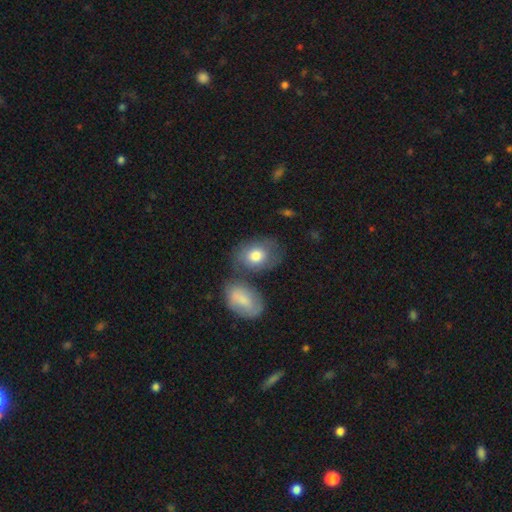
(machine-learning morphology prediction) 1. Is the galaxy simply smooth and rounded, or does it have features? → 73% smooth, 20% featured or disk, 7% star or artifact.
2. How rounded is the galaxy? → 69% in between, 30% round, 1% cigar-shaped.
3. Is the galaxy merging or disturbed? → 52% none, 22% merger, 18% minor disturbance, 8% major disturbance.